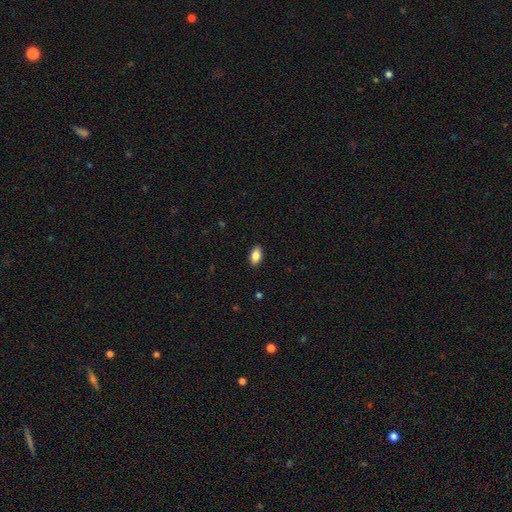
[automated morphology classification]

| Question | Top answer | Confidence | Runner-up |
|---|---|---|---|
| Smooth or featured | smooth | 83% | featured or disk (9%) |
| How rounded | in between | 90% | cigar-shaped (5%) |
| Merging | none | 89% | minor disturbance (8%) |